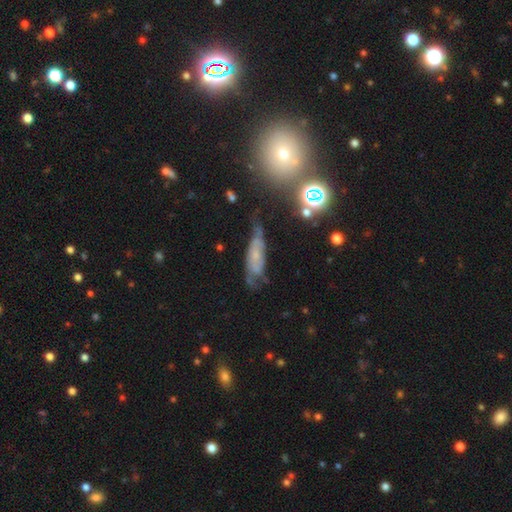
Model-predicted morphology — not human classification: This is possibly a featured or disk galaxy (51%). It is likely not viewed edge-on (74%). Merging: possibly none (51%).